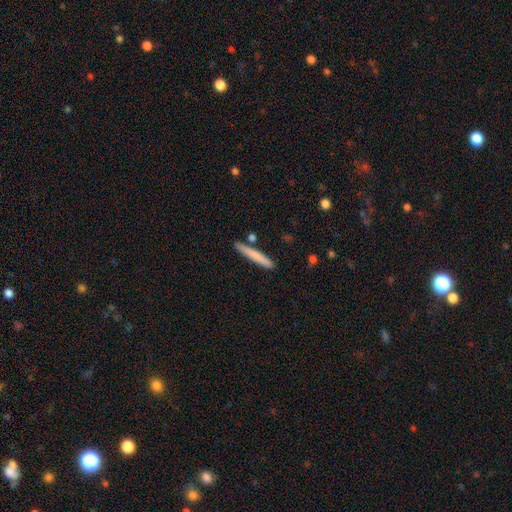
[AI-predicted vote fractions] smooth-or-featured: smooth: 74% | featured or disk: 20% | star or artifact: 6%
  how-rounded: cigar-shaped: 96% | in between: 3% | round: 1%
  merging: none: 84% | minor disturbance: 9% | merger: 5% | major disturbance: 2%